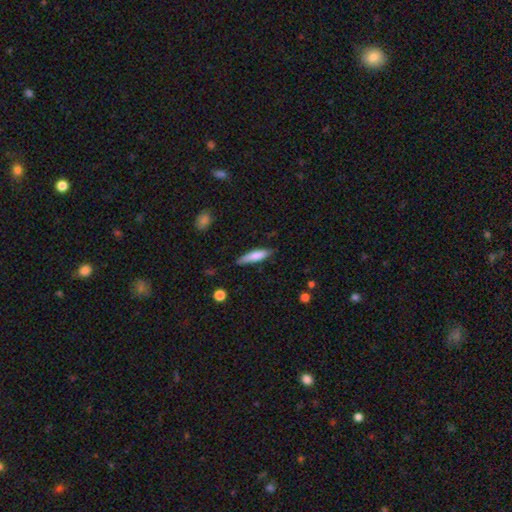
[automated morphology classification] Smooth or featured? smooth (76%)
How rounded? cigar-shaped (70%)
Merging? none (76%)